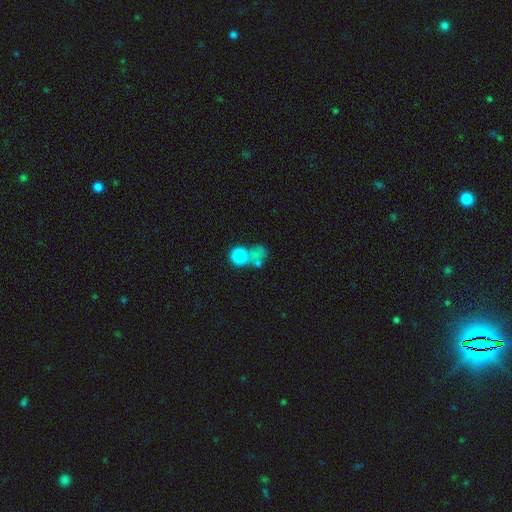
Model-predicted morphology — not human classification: smooth_or_featured: smooth (p=0.67) [alt: star or artifact p=0.17]
how_rounded: round (p=0.67) [alt: in between p=0.31]
merging: merger (p=0.39) [alt: none p=0.29]